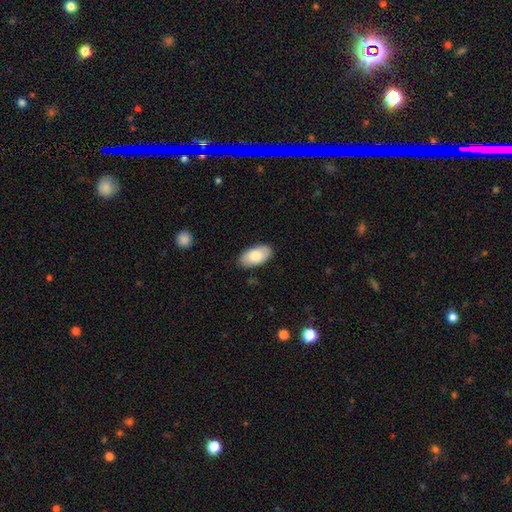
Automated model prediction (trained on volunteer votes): This is clearly a smooth galaxy (83%). How rounded: clearly in between (95%). Merging: clearly none (84%).